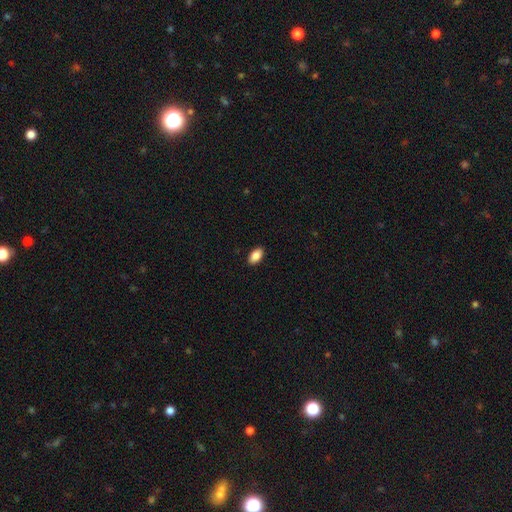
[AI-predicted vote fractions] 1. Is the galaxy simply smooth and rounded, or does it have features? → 88% smooth, 7% star or artifact, 4% featured or disk.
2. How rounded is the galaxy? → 93% in between, 5% round, 2% cigar-shaped.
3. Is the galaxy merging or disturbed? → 90% none, 7% minor disturbance, 2% major disturbance, 1% merger.